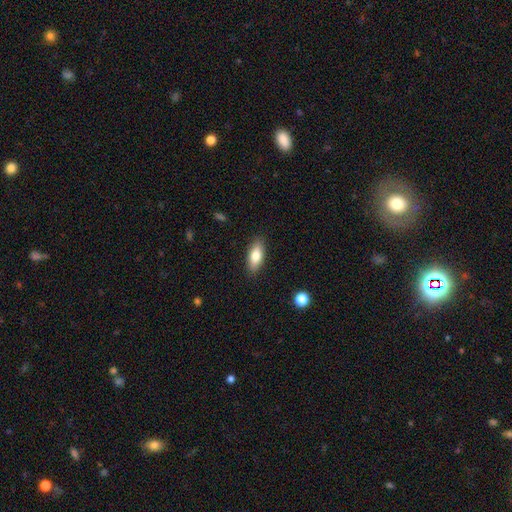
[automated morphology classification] Smooth or featured?
  - smooth: 77% *
  - featured or disk: 16%
  - star or artifact: 7%
How rounded?
  - in between: 78% *
  - cigar-shaped: 19%
  - round: 3%
Merging?
  - none: 87% *
  - minor disturbance: 9%
  - major disturbance: 2%
  - merger: 1%